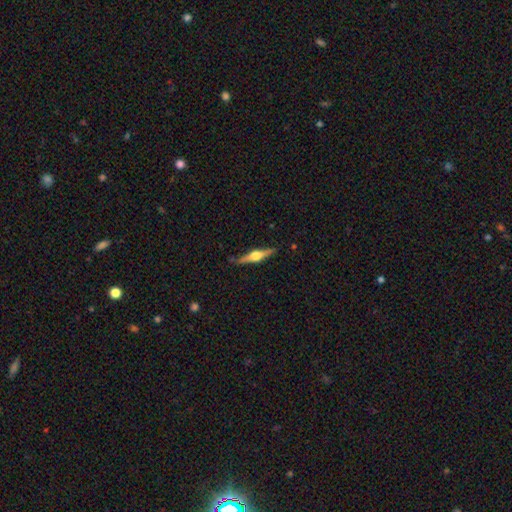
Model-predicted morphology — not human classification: smooth_or_featured: featured or disk (p=0.76) [alt: smooth p=0.19]
disk_edge_on: yes (p=0.98) [alt: no p=0.02]
edge_on_bulge: rounded (p=0.94) [alt: boxy p=0.04]
merging: none (p=0.84) [alt: minor disturbance p=0.12]